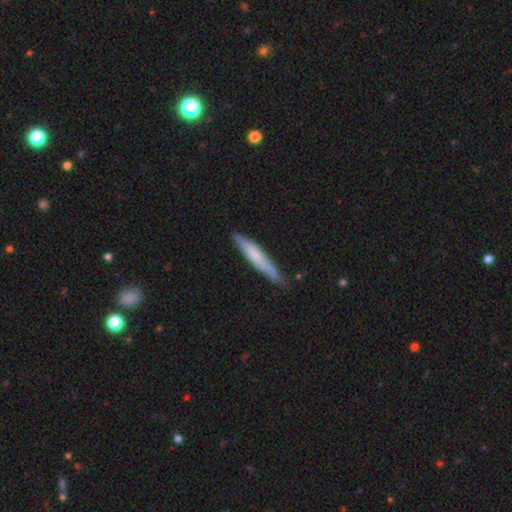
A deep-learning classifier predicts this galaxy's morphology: smooth_or_featured: smooth (p=0.62) [alt: featured or disk p=0.33]
how_rounded: cigar-shaped (p=0.93) [alt: in between p=0.06]
merging: none (p=0.80) [alt: minor disturbance p=0.16]